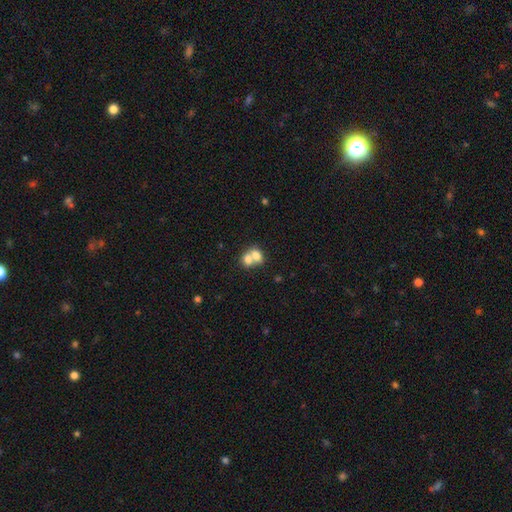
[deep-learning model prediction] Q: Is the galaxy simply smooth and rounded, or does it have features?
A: smooth — 72%.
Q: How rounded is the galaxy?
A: in between — 63%.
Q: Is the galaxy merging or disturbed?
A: merger — 69%.